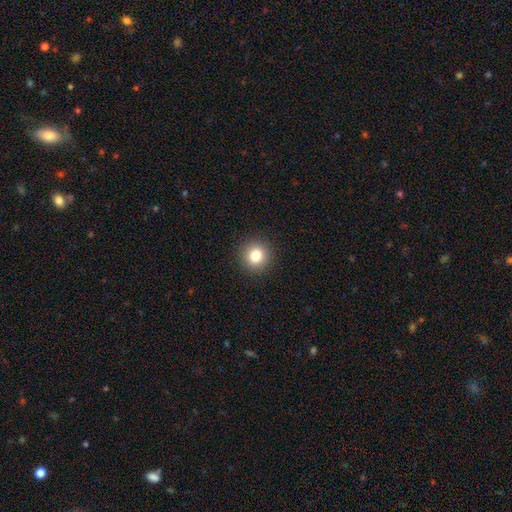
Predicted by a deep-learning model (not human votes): A smooth galaxy with no disk features (81%) that is round (92%).

Vote fractions:
- Smooth or featured? smooth: 81% / star or artifact: 12% / featured or disk: 7%
- How rounded? round: 92% / in between: 7% / cigar-shaped: 1%
- Merging? none: 92% / minor disturbance: 5% / major disturbance: 2% / merger: 1%